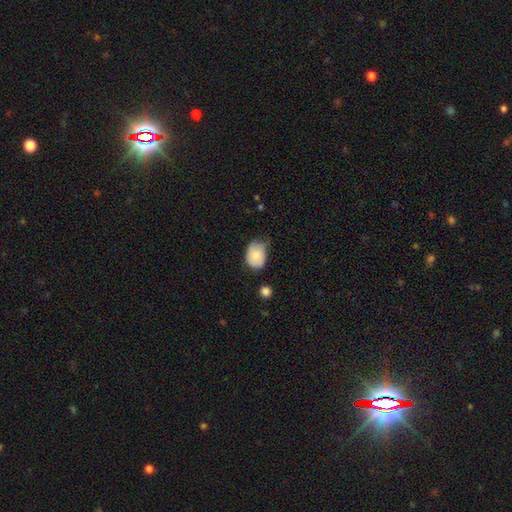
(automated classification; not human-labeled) A smooth galaxy with no disk features (77%) that is in between round and cigar-shaped (68%). Merging: minor disturbance (46%).